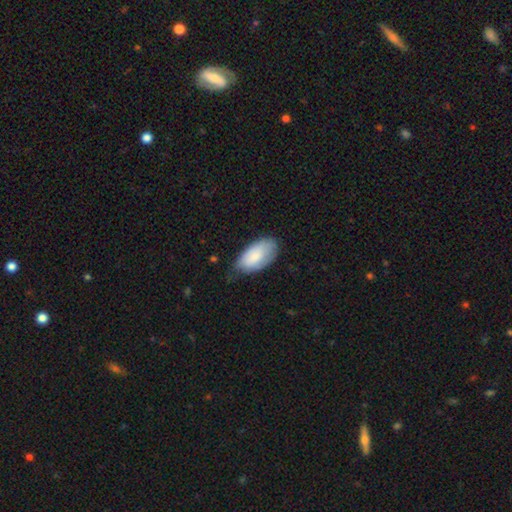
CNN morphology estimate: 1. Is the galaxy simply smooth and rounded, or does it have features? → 80% smooth, 14% featured or disk, 6% star or artifact.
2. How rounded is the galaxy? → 95% in between, 2% cigar-shaped, 2% round.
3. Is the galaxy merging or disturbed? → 55% none, 36% minor disturbance, 7% major disturbance, 1% merger.